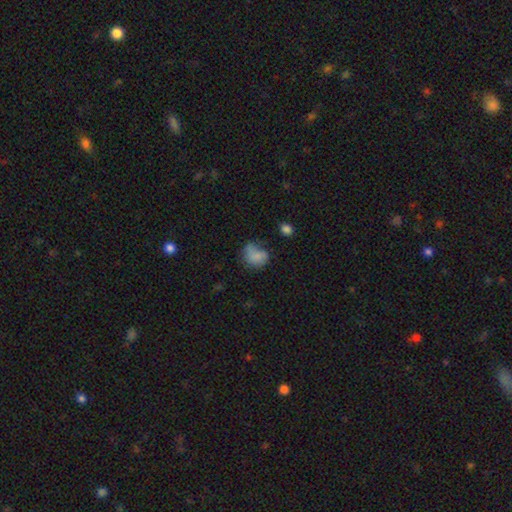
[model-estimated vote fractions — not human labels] The model was most divided on "how rounded": in between: 52%, round: 47%, cigar-shaped: 1%. Remaining: smooth or featured — smooth (73%); merging — none (37%).